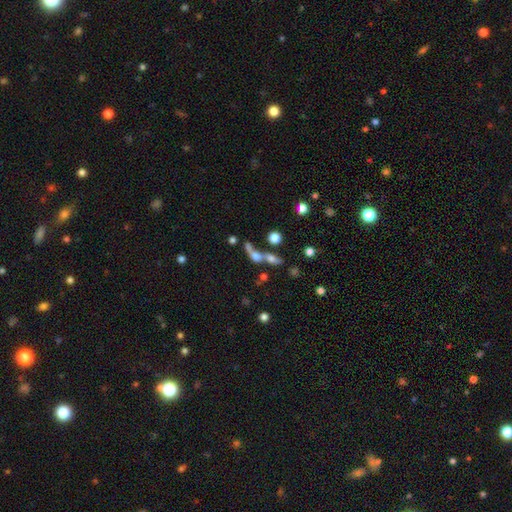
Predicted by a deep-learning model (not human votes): Morphology: type=smooth (52%); roundness=in between (43%); merging=merger (54%).